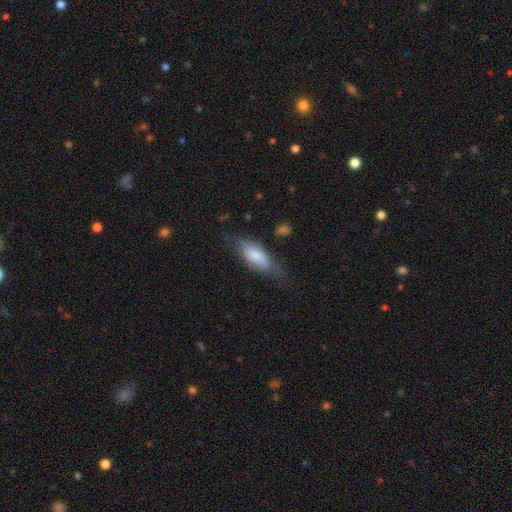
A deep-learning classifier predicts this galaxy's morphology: smooth-or-featured: smooth: 68% | featured or disk: 25% | star or artifact: 7%
  how-rounded: in between: 71% | cigar-shaped: 27% | round: 2%
  merging: none: 53% | minor disturbance: 30% | major disturbance: 15% | merger: 3%